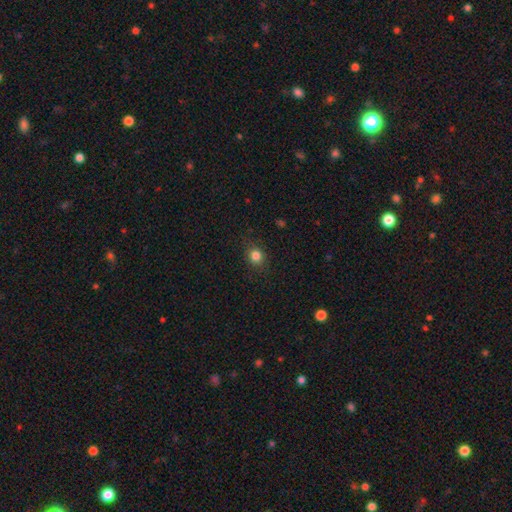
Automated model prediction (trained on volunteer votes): Smooth or featured: smooth — 82% (star or artifact — 13%)
How rounded: round — 78% (in between — 21%)
Merging: none — 85% (minor disturbance — 11%)